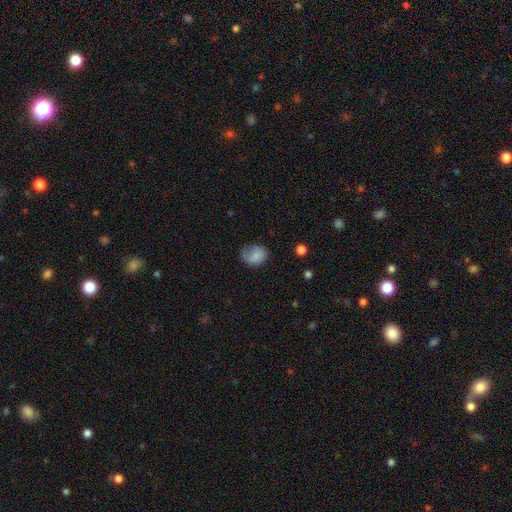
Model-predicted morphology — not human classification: Smooth or featured? Predicted: smooth (p=0.79). How rounded? Predicted: in between (p=0.53). Merging? Predicted: none (p=0.50).